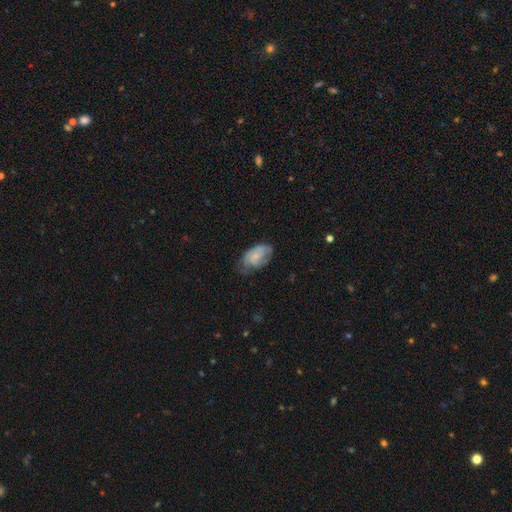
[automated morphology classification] The model was most divided on "smooth or featured": featured or disk: 50%, smooth: 43%, star or artifact: 7%. Remaining: edge-on disk — no (96%); merging — none (46%).